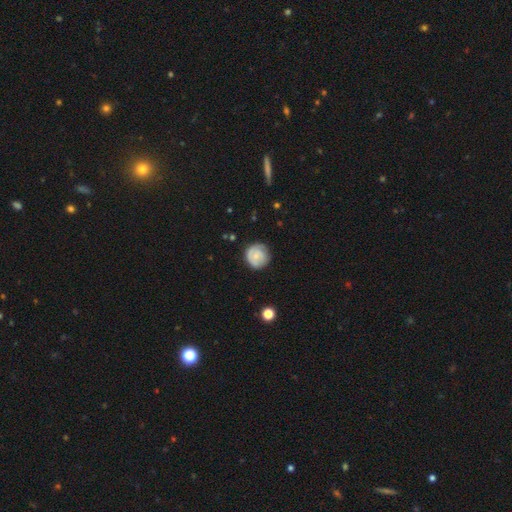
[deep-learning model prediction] This appears to be a smooth galaxy with no disk features (50%). Merging: none (75%).